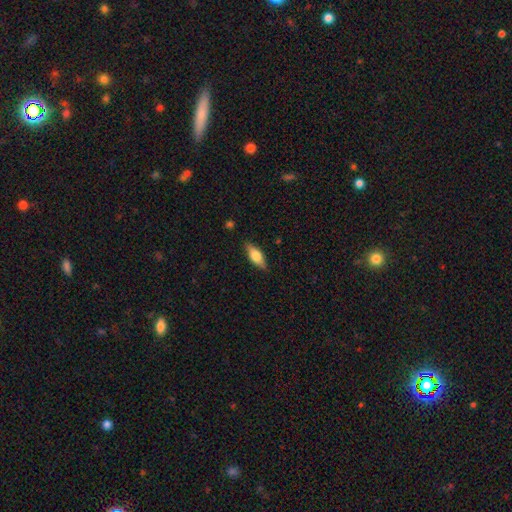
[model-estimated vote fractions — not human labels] Smooth or featured? smooth (64%)
How rounded? in between (70%)
Merging? none (84%)